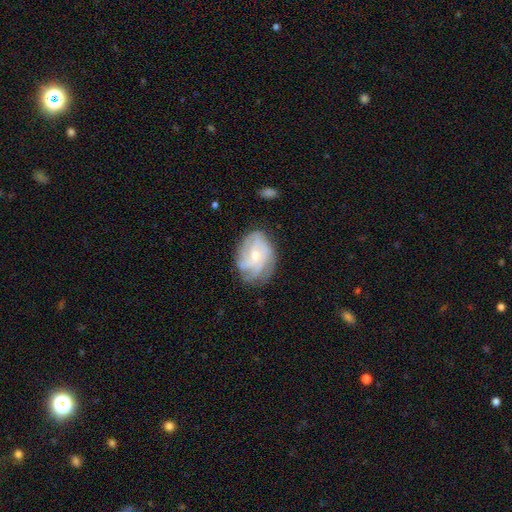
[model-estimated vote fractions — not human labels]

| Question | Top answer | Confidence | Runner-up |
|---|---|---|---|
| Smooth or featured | featured or disk | 70% | smooth (23%) |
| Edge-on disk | no | 97% | yes (3%) |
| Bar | no | 68% | weak (28%) |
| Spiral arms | yes | 86% | no (14%) |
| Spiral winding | tight | 51% | medium (34%) |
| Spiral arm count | can't tell | 43% | 3 (18%) |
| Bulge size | small | 49% | moderate (45%) |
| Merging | none | 66% | minor disturbance (23%) |